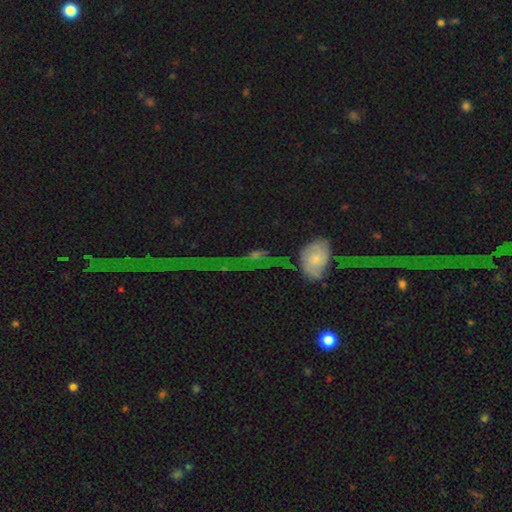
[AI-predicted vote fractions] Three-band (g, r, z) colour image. It shows a featured or disk galaxy (45%). Merging: none (38%).